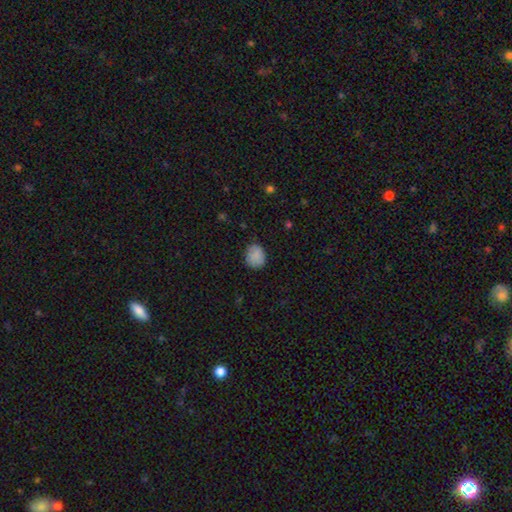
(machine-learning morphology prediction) smooth-or-featured: smooth: 86% | star or artifact: 8% | featured or disk: 6%
  how-rounded: round: 60% | in between: 39% | cigar-shaped: 1%
  merging: none: 78% | minor disturbance: 18% | major disturbance: 3% | merger: 1%